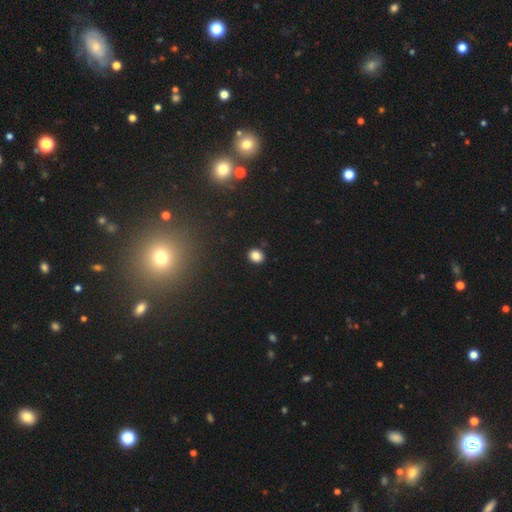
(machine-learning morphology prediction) Smooth or featured?
  - smooth: 84% *
  - star or artifact: 11%
  - featured or disk: 5%
How rounded?
  - round: 59% *
  - in between: 40%
  - cigar-shaped: 1%
Merging?
  - none: 89% *
  - minor disturbance: 7%
  - major disturbance: 2%
  - merger: 2%